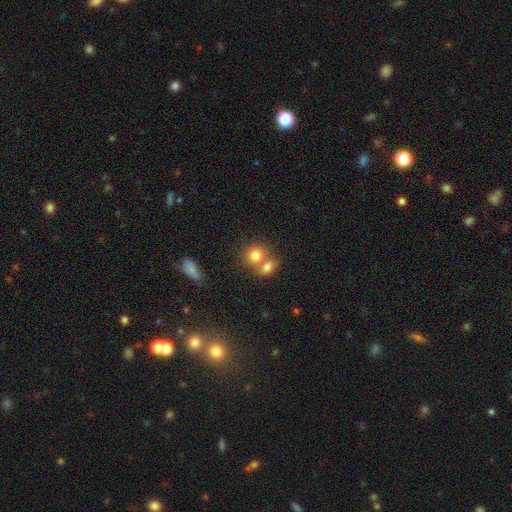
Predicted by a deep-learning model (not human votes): Q: Smooth or featured?
A: smooth (79%); runner-up: featured or disk (11%)
Q: How rounded?
A: round (69%); runner-up: in between (29%)
Q: Merging?
A: merger (56%); runner-up: none (34%)